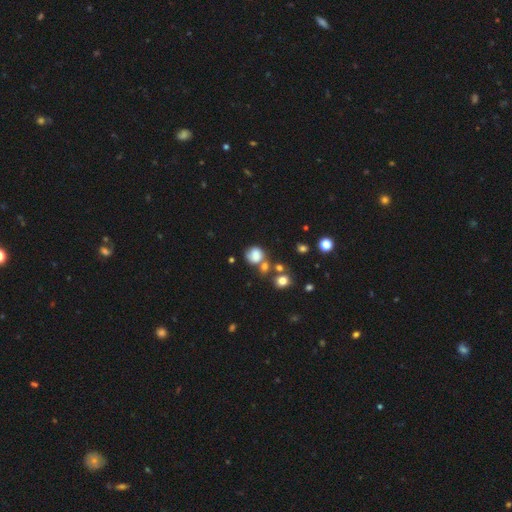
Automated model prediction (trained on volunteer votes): smooth-or-featured: smooth: 70% | featured or disk: 18% | star or artifact: 13%
  how-rounded: round: 75% | in between: 24% | cigar-shaped: 1%
  merging: none: 44% | merger: 22% | minor disturbance: 21% | major disturbance: 12%